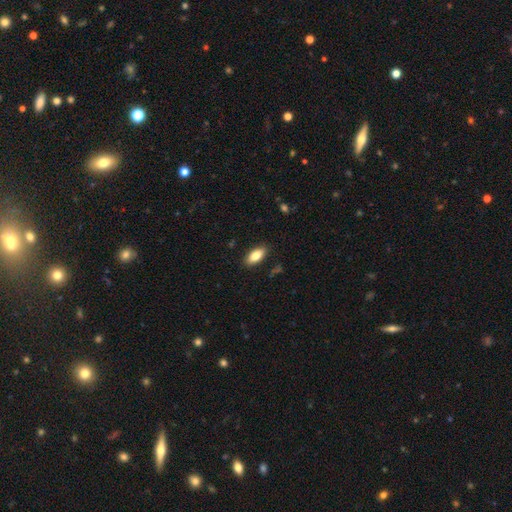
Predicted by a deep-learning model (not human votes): A smooth galaxy with no disk features (84%) that is in between round and cigar-shaped (88%). Merging: none (88%).